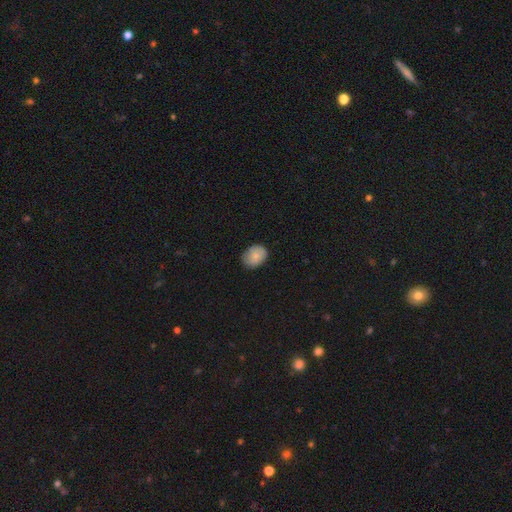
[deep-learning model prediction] This is clearly a smooth galaxy (80%). How rounded: likely in between (62%). Merging: likely none (76%).